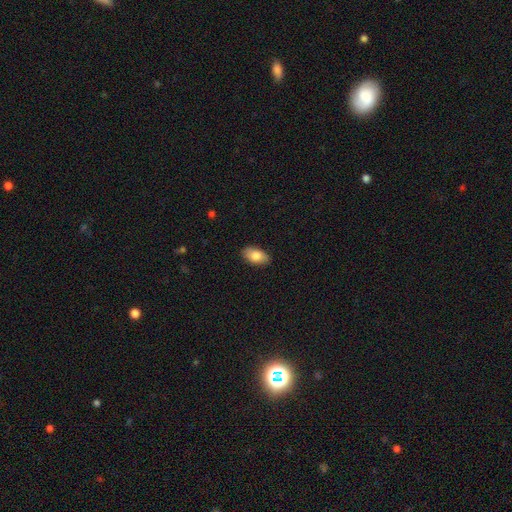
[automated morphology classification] smooth-or-featured: smooth: 83% | featured or disk: 11% | star or artifact: 6%
  how-rounded: in between: 93% | round: 4% | cigar-shaped: 3%
  merging: none: 88% | minor disturbance: 10% | major disturbance: 2% | merger: 1%